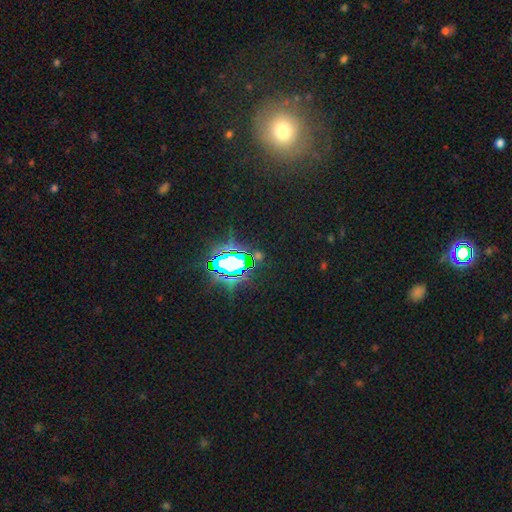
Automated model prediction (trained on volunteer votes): Q: Smooth or featured?
A: star or artifact (79%); runner-up: smooth (13%)